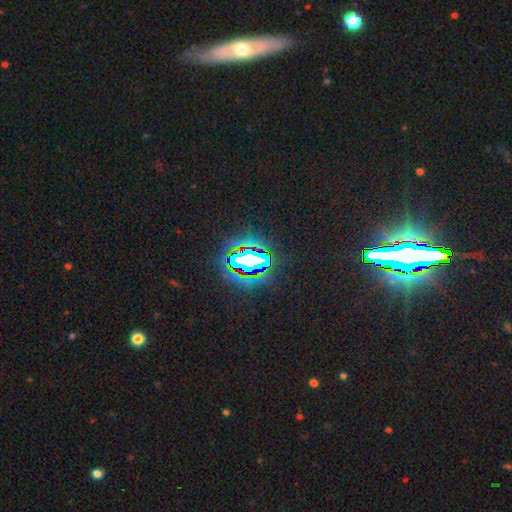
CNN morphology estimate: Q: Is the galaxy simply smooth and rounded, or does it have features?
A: star or artifact — 70%.